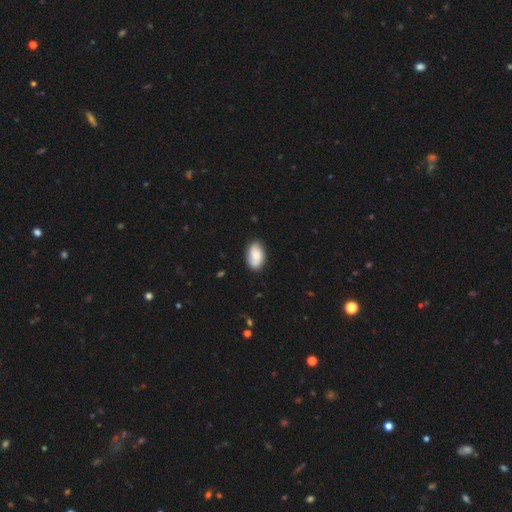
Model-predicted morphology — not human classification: A smooth galaxy with no disk features (63%) that is in between round and cigar-shaped (93%). Merging: none (82%).